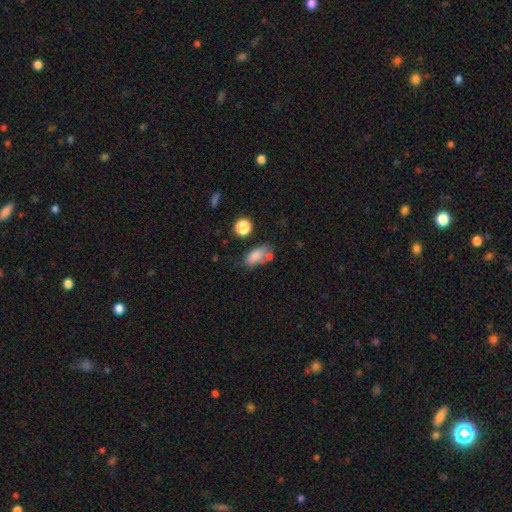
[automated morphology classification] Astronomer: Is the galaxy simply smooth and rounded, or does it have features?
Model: smooth — 77%.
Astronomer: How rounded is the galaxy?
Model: in between — 85%.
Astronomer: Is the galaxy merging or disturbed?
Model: none — 48%.